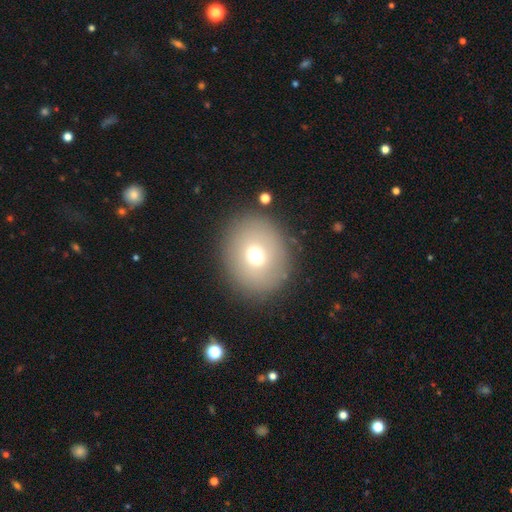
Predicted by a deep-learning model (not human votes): A smooth galaxy with no disk features (67%) that is round (63%).

Vote fractions:
- Smooth or featured? smooth: 67% / featured or disk: 20% / star or artifact: 13%
- How rounded? round: 63% / in between: 36% / cigar-shaped: 1%
- Merging? none: 85% / minor disturbance: 9% / major disturbance: 4% / merger: 2%